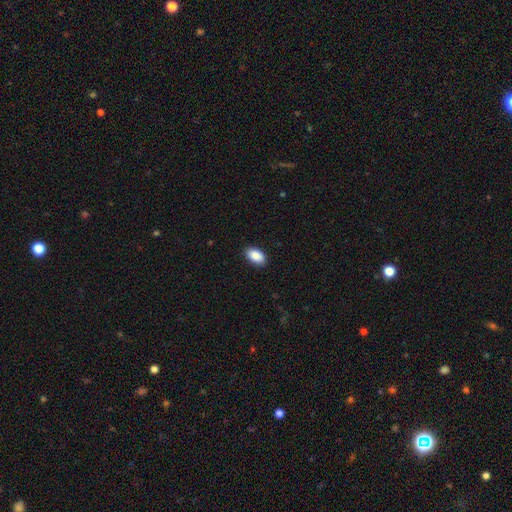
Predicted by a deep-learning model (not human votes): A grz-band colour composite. It shows a smooth galaxy with no disk features (90%) that is in between round and cigar-shaped (94%). Merging: none (88%).